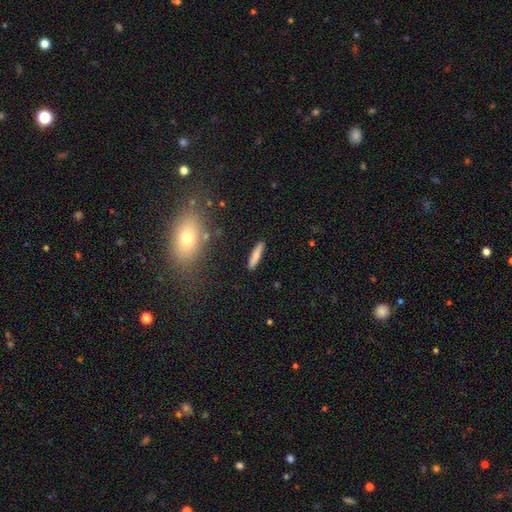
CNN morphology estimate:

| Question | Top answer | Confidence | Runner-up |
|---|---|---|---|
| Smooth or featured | smooth | 77% | featured or disk (16%) |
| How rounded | cigar-shaped | 84% | in between (15%) |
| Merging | none | 88% | minor disturbance (8%) |